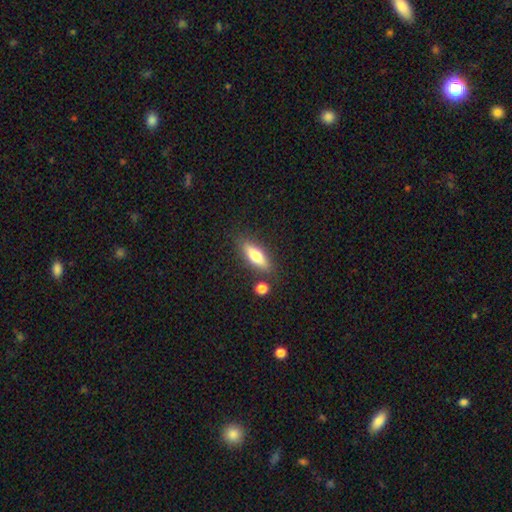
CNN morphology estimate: Overall: smooth (65%; featured or disk 28%). How rounded: in between (52%; cigar-shaped 45%). Merging: none (79%).